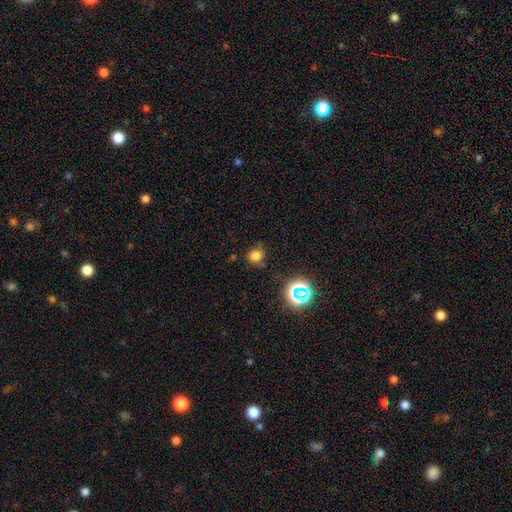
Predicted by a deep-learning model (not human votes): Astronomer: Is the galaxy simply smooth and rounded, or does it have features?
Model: smooth — 75%.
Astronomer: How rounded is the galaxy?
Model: round — 79%.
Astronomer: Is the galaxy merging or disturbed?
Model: none — 74%.